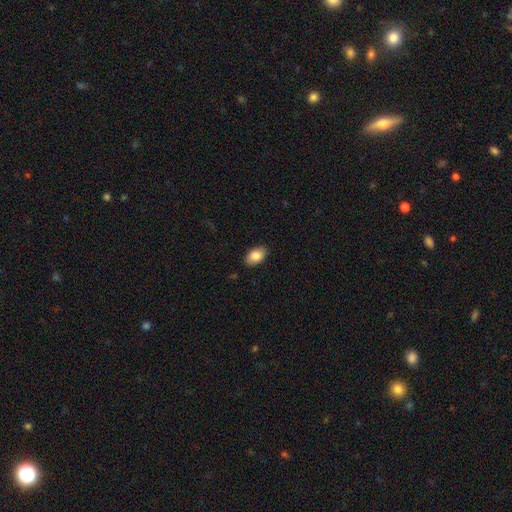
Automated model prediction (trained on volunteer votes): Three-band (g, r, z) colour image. It shows a smooth galaxy with no disk features (86%) that is in between round and cigar-shaped (90%). Merging: none (88%).